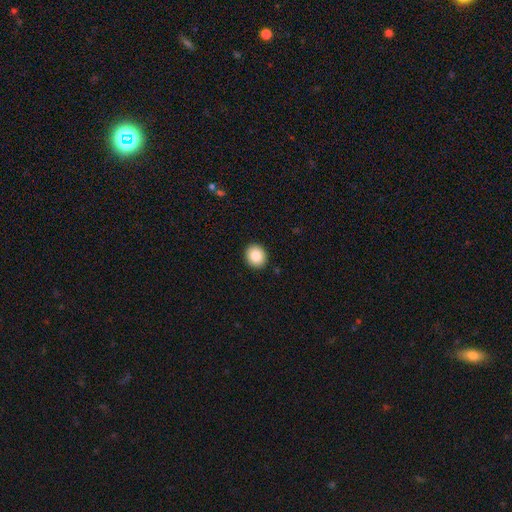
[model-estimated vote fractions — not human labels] smooth-or-featured: smooth: 85% | star or artifact: 8% | featured or disk: 6%
  how-rounded: round: 77% | in between: 22% | cigar-shaped: 1%
  merging: none: 92% | minor disturbance: 5% | major disturbance: 2% | merger: 1%